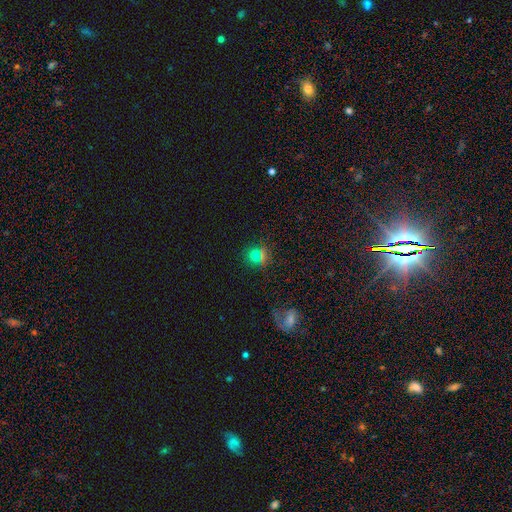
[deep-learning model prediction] A smooth galaxy with no disk features (63%) that is round (89%).

Vote fractions:
- Smooth or featured? smooth: 63% / star or artifact: 27% / featured or disk: 10%
- How rounded? round: 89% / in between: 10% / cigar-shaped: 2%
- Merging? none: 76% / minor disturbance: 10% / merger: 9% / major disturbance: 5%